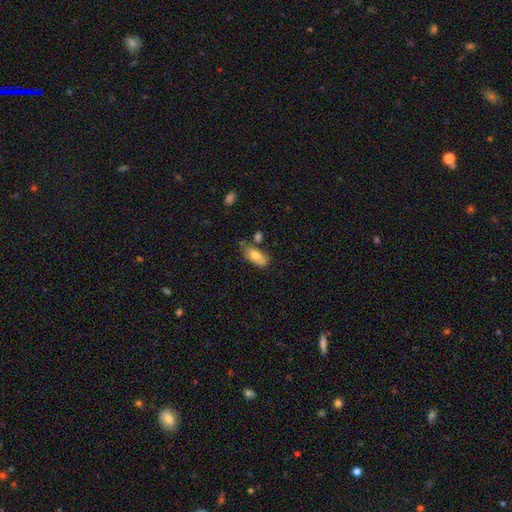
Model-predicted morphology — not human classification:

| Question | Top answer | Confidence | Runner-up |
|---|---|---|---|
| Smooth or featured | smooth | 72% | featured or disk (21%) |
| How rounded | in between | 86% | cigar-shaped (11%) |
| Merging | none | 64% | minor disturbance (21%) |